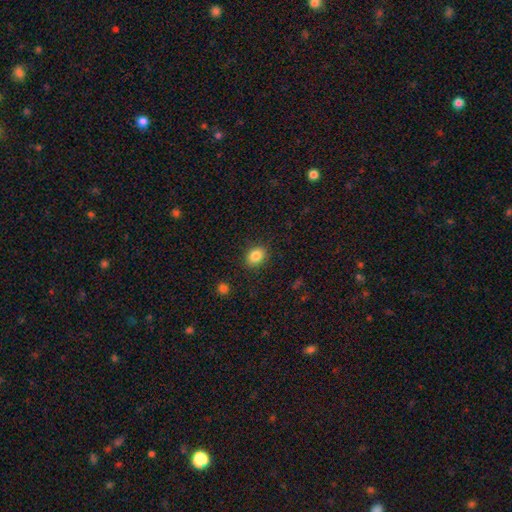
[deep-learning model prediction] The model was most divided on "how rounded": in between: 58%, round: 41%, cigar-shaped: 1%. More confident: merging — none (86%); smooth or featured — smooth (85%).